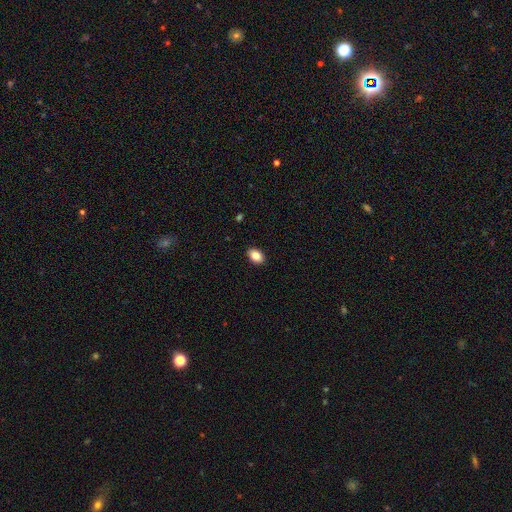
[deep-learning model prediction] smooth_or_featured: smooth (p=0.84) [alt: star or artifact p=0.08]
how_rounded: in between (p=0.84) [alt: round p=0.15]
merging: none (p=0.90) [alt: minor disturbance p=0.07]